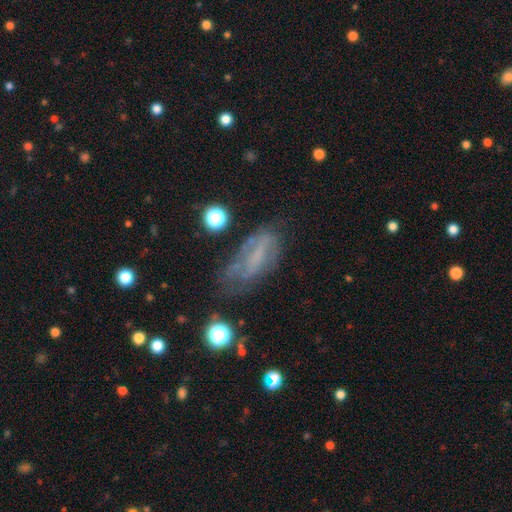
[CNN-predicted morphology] Overall: featured or disk (46%; smooth 40%). Merging: none (48%; minor disturbance 29%).